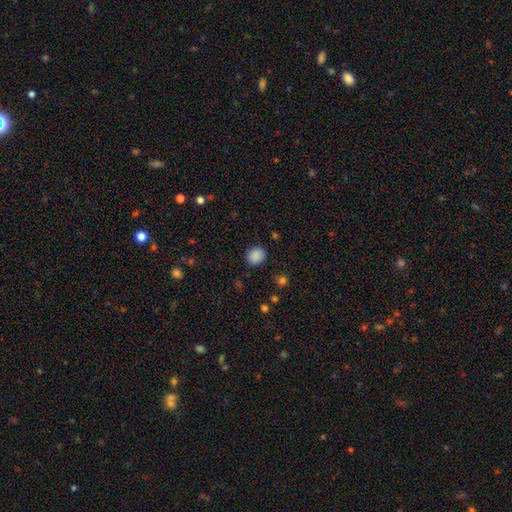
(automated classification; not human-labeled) Smooth or featured?
  - smooth: 87% *
  - star or artifact: 10%
  - featured or disk: 3%
How rounded?
  - round: 72% *
  - in between: 27%
  - cigar-shaped: 1%
Merging?
  - none: 88% *
  - minor disturbance: 9%
  - major disturbance: 3%
  - merger: 1%